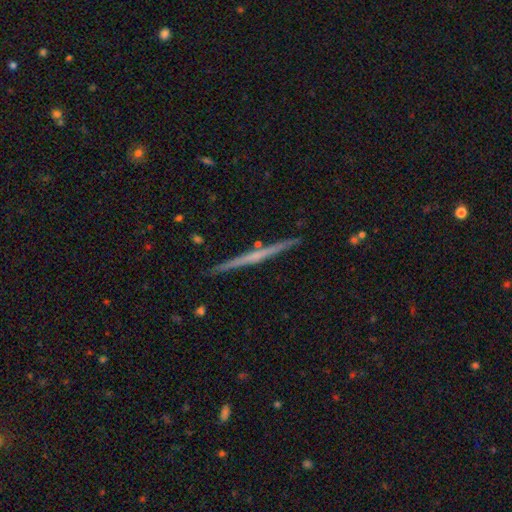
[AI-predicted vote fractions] A featured or disk galaxy (69%) viewed edge-on (98%) with no central bulge (72%). Merging: none (91%).